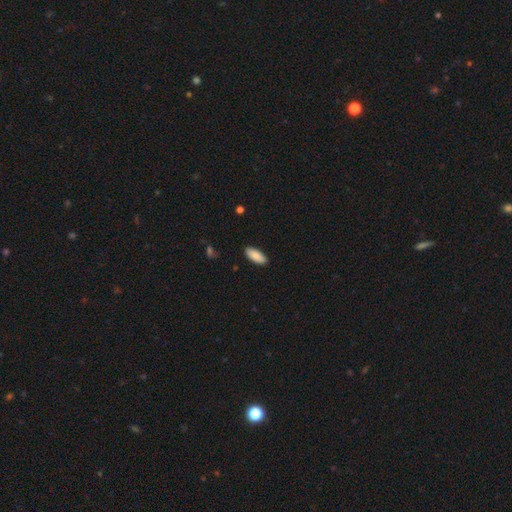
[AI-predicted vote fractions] Q: Smooth or featured?
A: smooth (88%); runner-up: star or artifact (6%)
Q: How rounded?
A: in between (82%); runner-up: cigar-shaped (17%)
Q: Merging?
A: none (88%); runner-up: minor disturbance (9%)